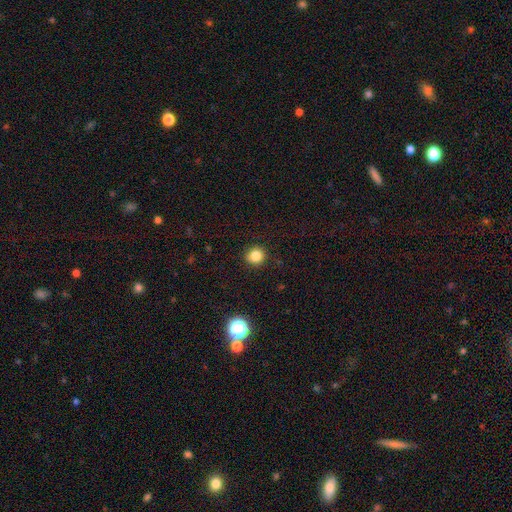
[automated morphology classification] Q: Smooth or featured?
A: smooth (83%); runner-up: star or artifact (12%)
Q: How rounded?
A: round (90%); runner-up: in between (9%)
Q: Merging?
A: none (90%); runner-up: minor disturbance (7%)